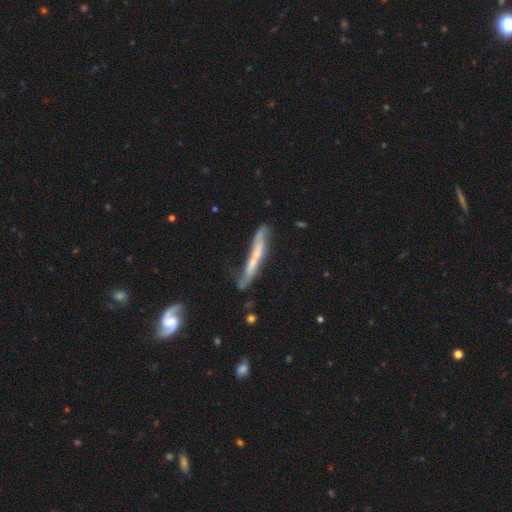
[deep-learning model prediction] The model was most divided on "merging": none: 53%, minor disturbance: 28%, major disturbance: 12%, merger: 7%. More confident: edge-on disk — yes (71%); smooth or featured — featured or disk (64%).